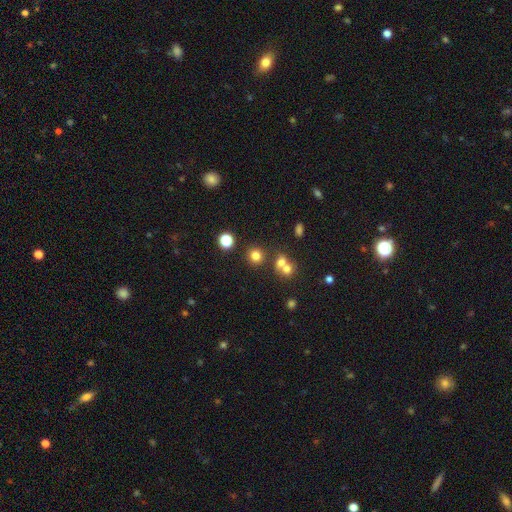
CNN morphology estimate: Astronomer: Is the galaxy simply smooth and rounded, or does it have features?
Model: smooth — 74%.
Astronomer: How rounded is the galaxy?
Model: round — 86%.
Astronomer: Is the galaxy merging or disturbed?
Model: none — 70%.